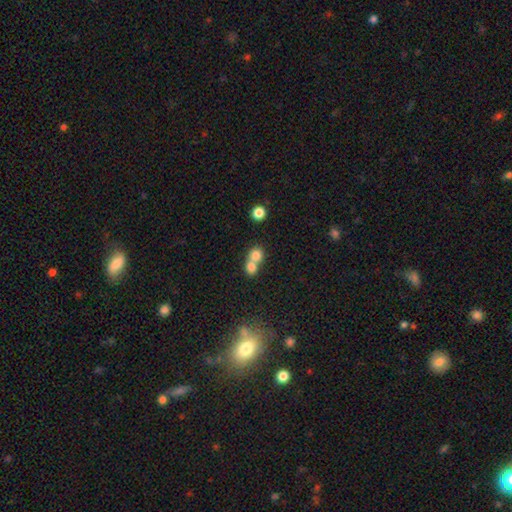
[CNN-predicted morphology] A smooth galaxy with no disk features (77%) that is round (79%). Merging: merger (63%).